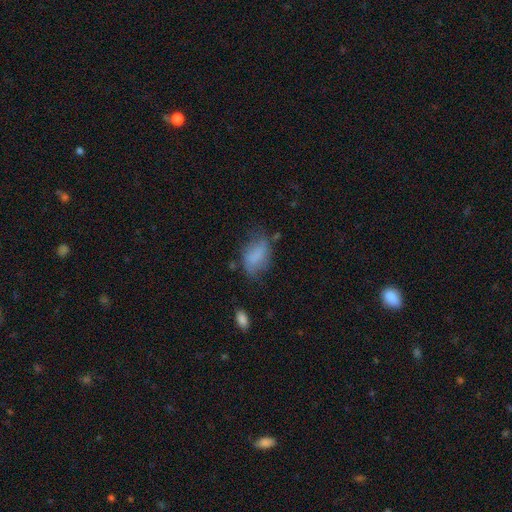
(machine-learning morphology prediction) Smooth or featured? smooth (72%)
How rounded? in between (87%)
Merging? none (47%)